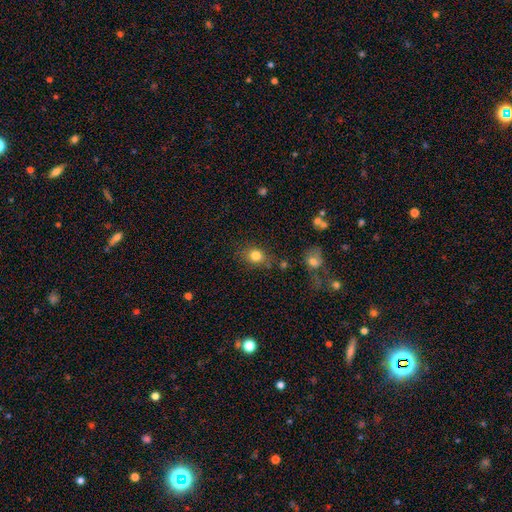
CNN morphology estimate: smooth-or-featured: smooth: 81% | star or artifact: 11% | featured or disk: 7%
  how-rounded: round: 58% | in between: 41% | cigar-shaped: 1%
  merging: none: 75% | minor disturbance: 15% | merger: 6% | major disturbance: 5%